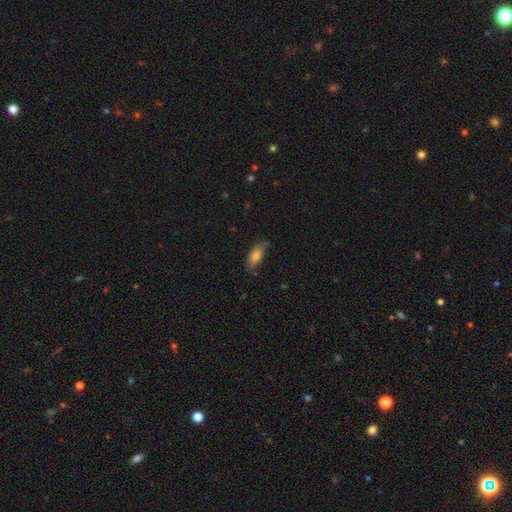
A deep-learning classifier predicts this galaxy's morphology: smooth-or-featured: smooth: 78% | featured or disk: 15% | star or artifact: 7%
  how-rounded: in between: 77% | cigar-shaped: 20% | round: 3%
  merging: none: 71% | minor disturbance: 23% | major disturbance: 4% | merger: 2%